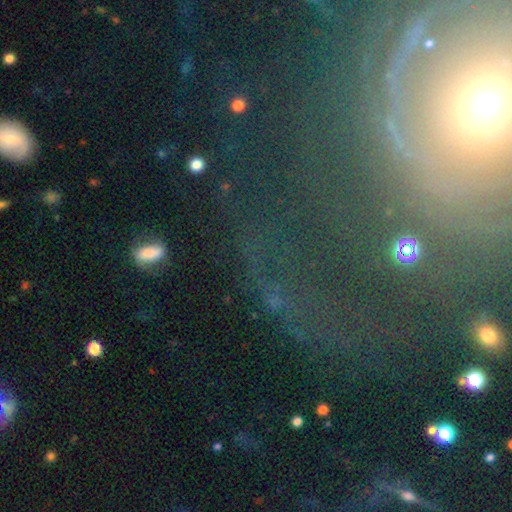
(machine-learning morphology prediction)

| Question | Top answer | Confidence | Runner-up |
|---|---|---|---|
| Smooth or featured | star or artifact | 47% | featured or disk (27%) |